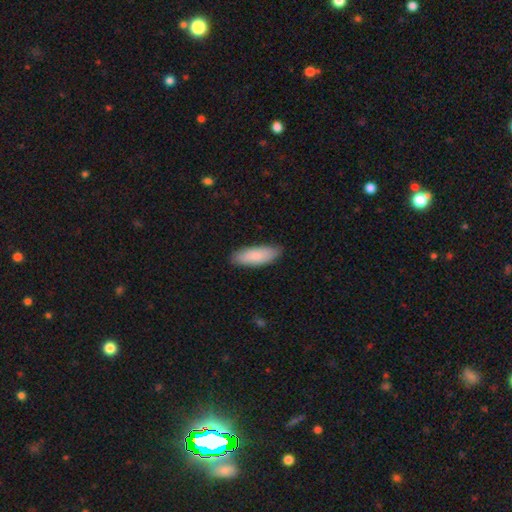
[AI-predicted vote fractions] Smooth or featured?
  - smooth: 85% *
  - featured or disk: 10%
  - star or artifact: 5%
How rounded?
  - in between: 61% *
  - cigar-shaped: 38%
  - round: 2%
Merging?
  - none: 86% *
  - minor disturbance: 11%
  - major disturbance: 2%
  - merger: 1%